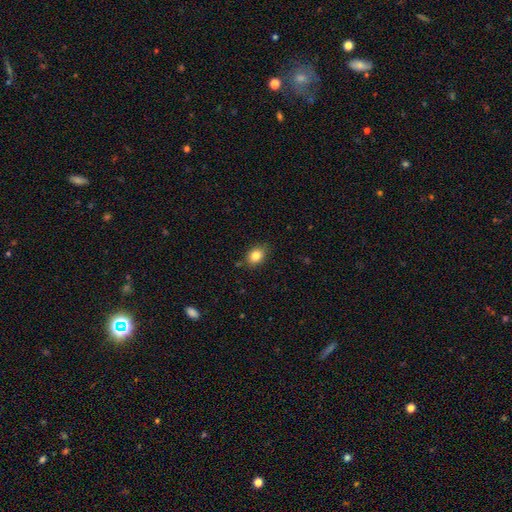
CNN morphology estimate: Q: Smooth or featured?
A: smooth (84%); runner-up: star or artifact (9%)
Q: How rounded?
A: in between (72%); runner-up: round (27%)
Q: Merging?
A: none (81%); runner-up: minor disturbance (14%)